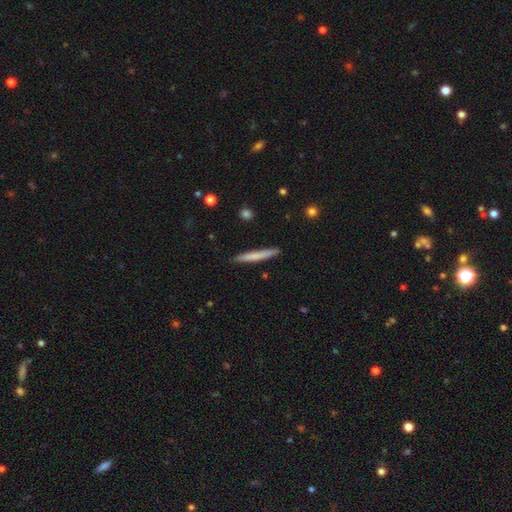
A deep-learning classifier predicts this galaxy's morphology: Smooth or featured?
  - smooth: 70% *
  - featured or disk: 25%
  - star or artifact: 5%
How rounded?
  - cigar-shaped: 96% *
  - in between: 3%
  - round: 1%
Merging?
  - none: 89% *
  - minor disturbance: 8%
  - major disturbance: 1%
  - merger: 1%